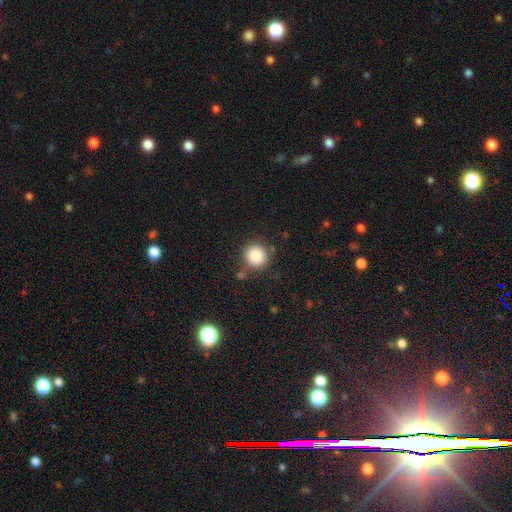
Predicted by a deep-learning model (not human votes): smooth 86%, star or artifact 10%, featured or disk 4%. Down the decision tree: how rounded — round (93%); merging — none (82%).